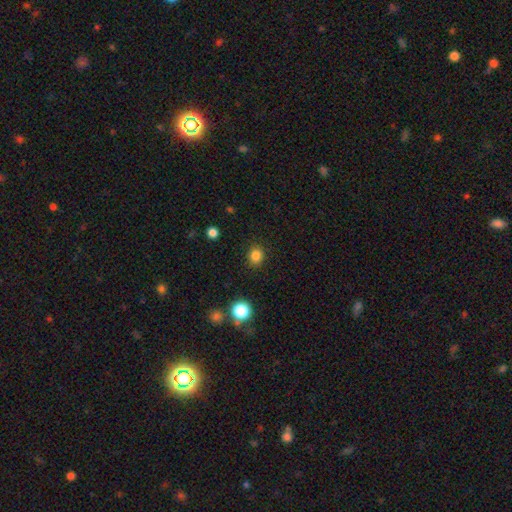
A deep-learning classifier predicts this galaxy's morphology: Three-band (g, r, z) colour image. It shows a smooth galaxy with no disk features (83%) that is round (73%). Merging: none (89%).